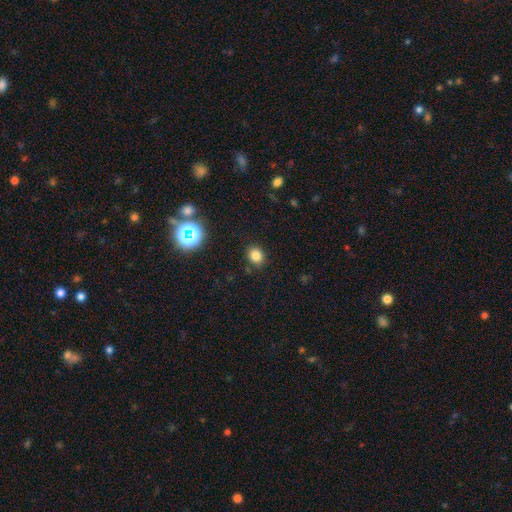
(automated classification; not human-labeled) smooth-or-featured: smooth: 80% | star or artifact: 15% | featured or disk: 5%
  how-rounded: round: 68% | in between: 31% | cigar-shaped: 1%
  merging: none: 88% | minor disturbance: 8% | major disturbance: 3% | merger: 2%